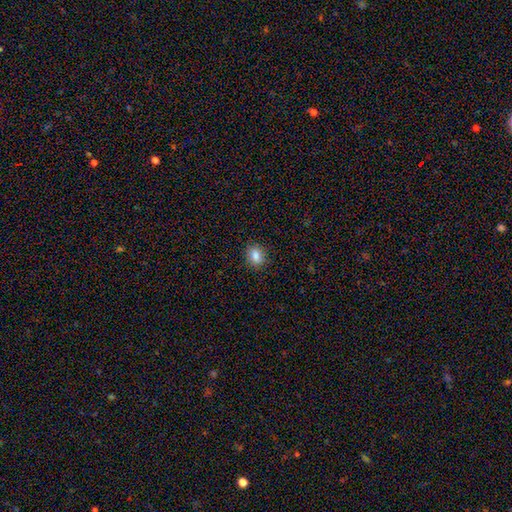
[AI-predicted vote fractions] Smooth or featured? smooth (85%)
How rounded? in between (56%)
Merging? none (88%)